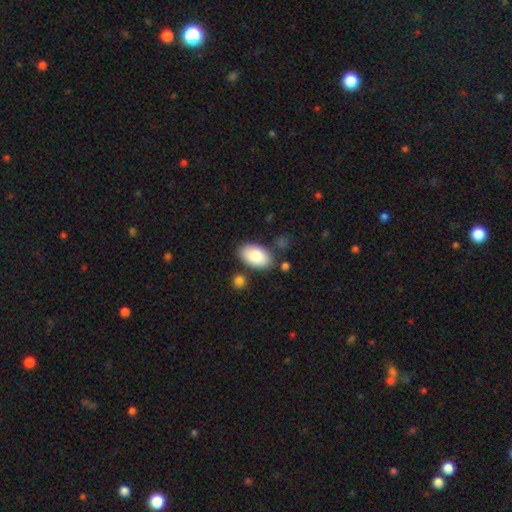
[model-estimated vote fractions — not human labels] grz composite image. It shows a smooth galaxy with no disk features (84%) that is in between round and cigar-shaped (94%). Merging: none (79%).